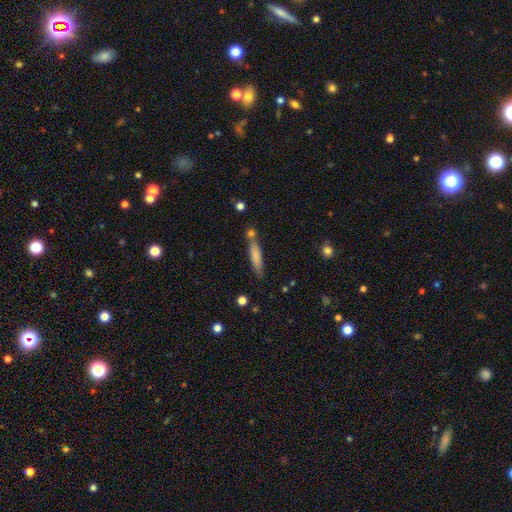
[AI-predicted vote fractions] smooth_or_featured: smooth (p=0.75) [alt: featured or disk p=0.18]
how_rounded: cigar-shaped (p=0.83) [alt: in between p=0.16]
merging: none (p=0.69) [alt: minor disturbance p=0.16]